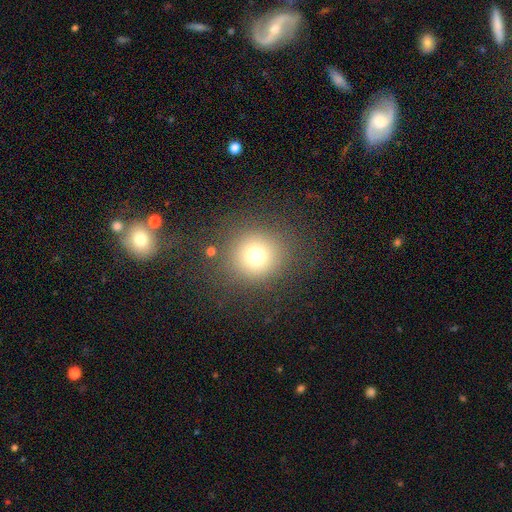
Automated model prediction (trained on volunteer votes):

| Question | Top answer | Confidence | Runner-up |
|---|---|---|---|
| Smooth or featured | smooth | 72% | star or artifact (17%) |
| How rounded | round | 92% | in between (8%) |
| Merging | none | 85% | minor disturbance (8%) |